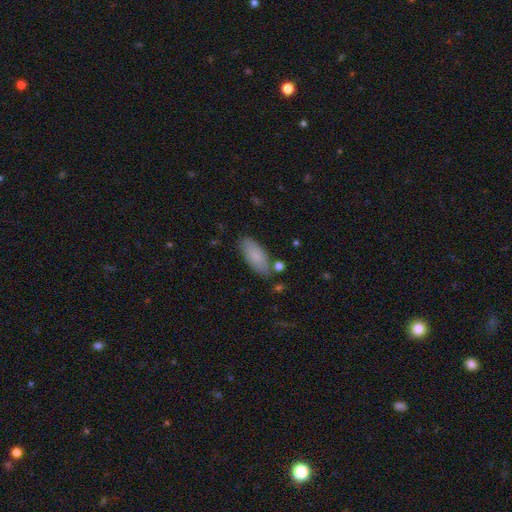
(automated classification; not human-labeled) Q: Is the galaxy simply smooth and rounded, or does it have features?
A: smooth — 83%.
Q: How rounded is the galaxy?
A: in between — 80%.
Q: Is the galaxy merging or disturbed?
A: none — 80%.